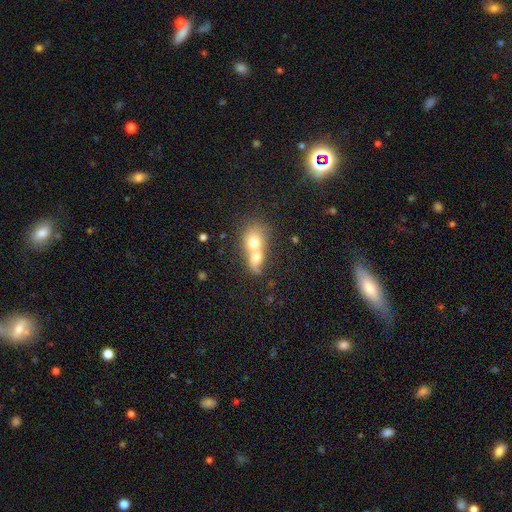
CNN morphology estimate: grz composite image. It shows a smooth galaxy with no disk features (62%) that is round (50%). Merging: merger (76%).